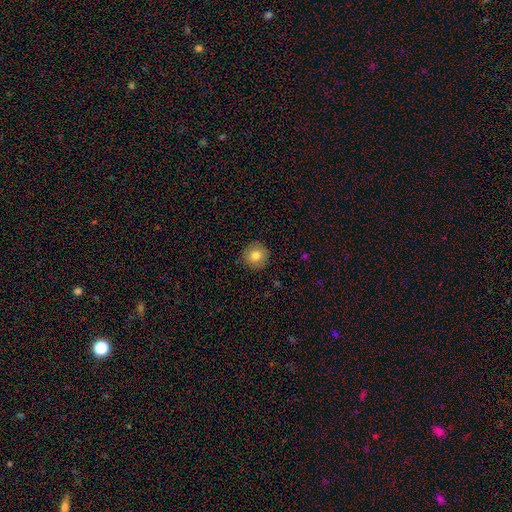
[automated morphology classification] A smooth galaxy with no disk features (80%) that is round (94%). Merging: none (91%).